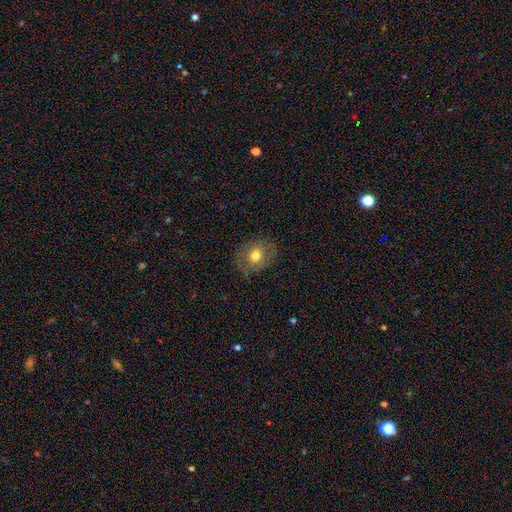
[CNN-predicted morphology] Smooth or featured: smooth — 70% (featured or disk — 20%)
How rounded: round — 59% (in between — 39%)
Merging: none — 81% (minor disturbance — 14%)